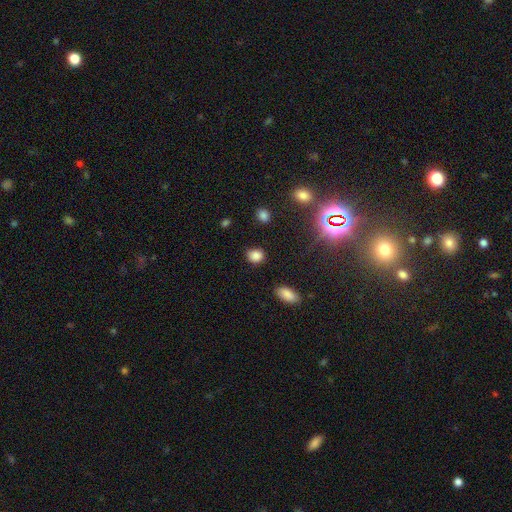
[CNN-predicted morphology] A smooth galaxy with no disk features (82%) that is round (63%). Merging: none (82%).